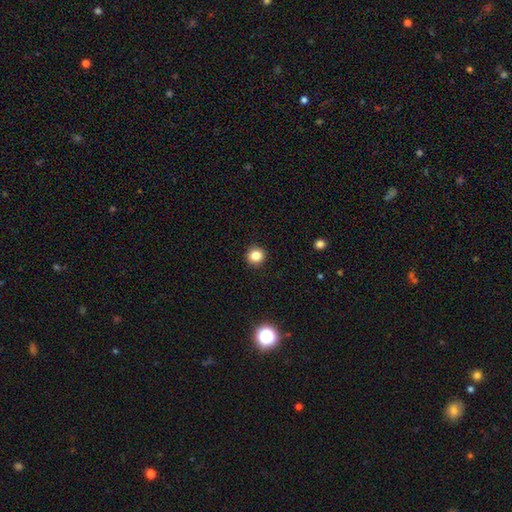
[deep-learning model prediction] Smooth or featured? Predicted: smooth (p=0.83). How rounded? Predicted: round (p=0.91). Merging? Predicted: none (p=0.92).